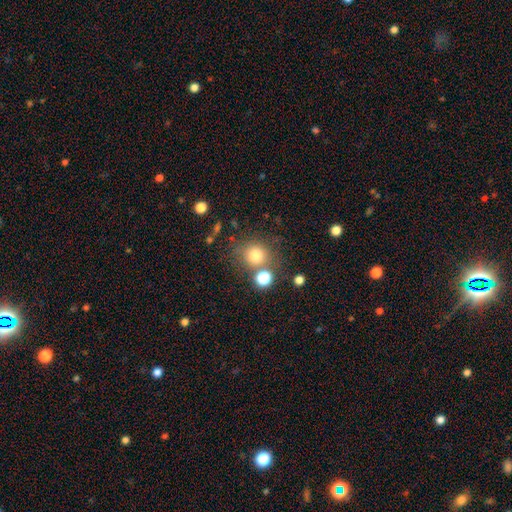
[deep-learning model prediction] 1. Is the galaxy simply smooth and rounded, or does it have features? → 76% smooth, 15% star or artifact, 9% featured or disk.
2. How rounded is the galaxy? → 87% round, 12% in between, 1% cigar-shaped.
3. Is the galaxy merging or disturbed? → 69% none, 15% merger, 11% minor disturbance, 5% major disturbance.